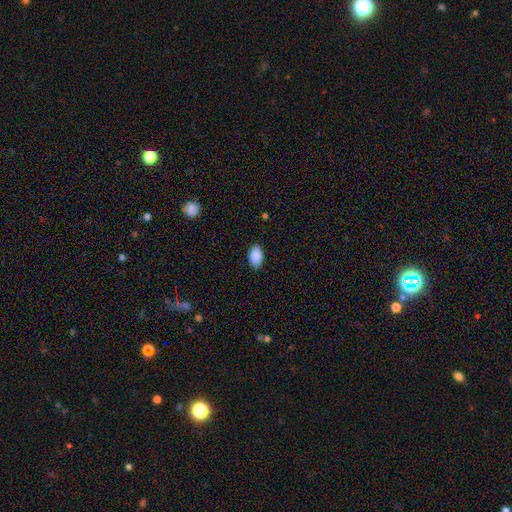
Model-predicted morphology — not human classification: Smooth or featured?
  - smooth: 89% *
  - star or artifact: 7%
  - featured or disk: 4%
How rounded?
  - in between: 93% *
  - round: 5%
  - cigar-shaped: 1%
Merging?
  - none: 85% *
  - minor disturbance: 12%
  - major disturbance: 2%
  - merger: 1%